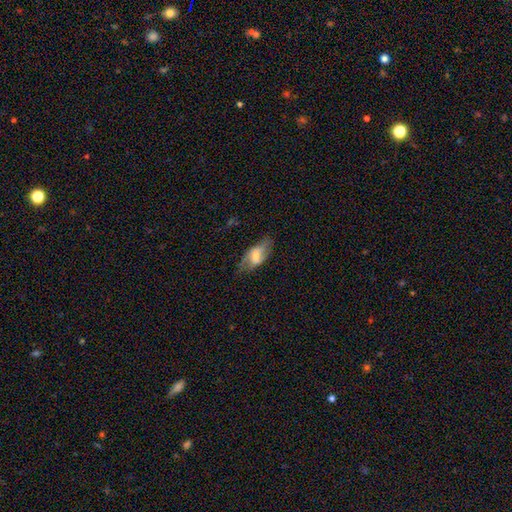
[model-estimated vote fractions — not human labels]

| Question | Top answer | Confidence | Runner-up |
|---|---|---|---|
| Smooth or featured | featured or disk | 51% | smooth (42%) |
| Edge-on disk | no | 85% | yes (15%) |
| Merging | none | 64% | minor disturbance (24%) |